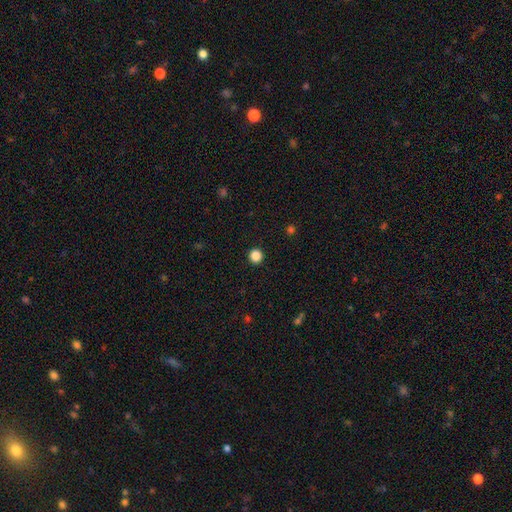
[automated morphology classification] smooth-or-featured: smooth: 86% | star or artifact: 11% | featured or disk: 3%
  how-rounded: round: 95% | in between: 4% | cigar-shaped: 1%
  merging: none: 94% | minor disturbance: 4% | major disturbance: 1% | merger: 1%